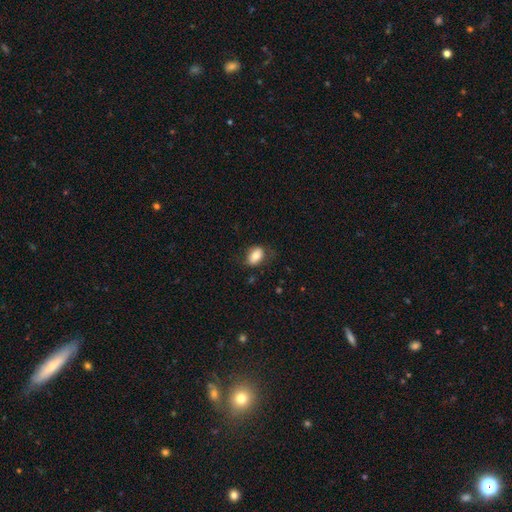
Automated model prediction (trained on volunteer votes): The model was most divided on "merging": none: 72%, minor disturbance: 20%, major disturbance: 7%, merger: 1%. More confident: how rounded — in between (85%); smooth or featured — smooth (77%).